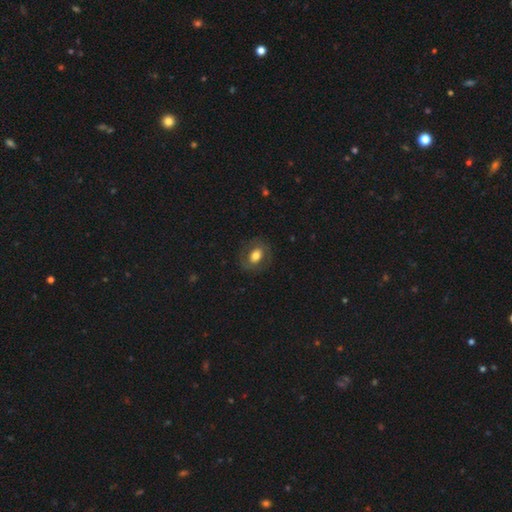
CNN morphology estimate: smooth 57%, featured or disk 35%, star or artifact 8%. Down the decision tree: how rounded — in between (61%); merging — none (79%).